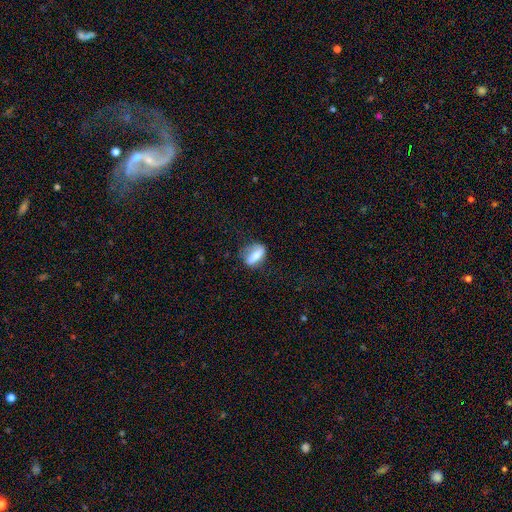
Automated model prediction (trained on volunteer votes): Smooth or featured?
  - smooth: 59% *
  - featured or disk: 33%
  - star or artifact: 8%
How rounded?
  - in between: 64% *
  - cigar-shaped: 26%
  - round: 10%
Merging?
  - none: 68% *
  - minor disturbance: 21%
  - major disturbance: 10%
  - merger: 2%